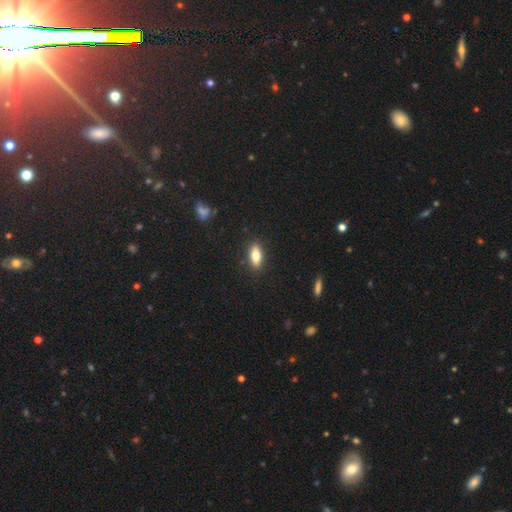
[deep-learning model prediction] A smooth galaxy with no disk features (76%) that is in between round and cigar-shaped (80%). Merging: none (88%).